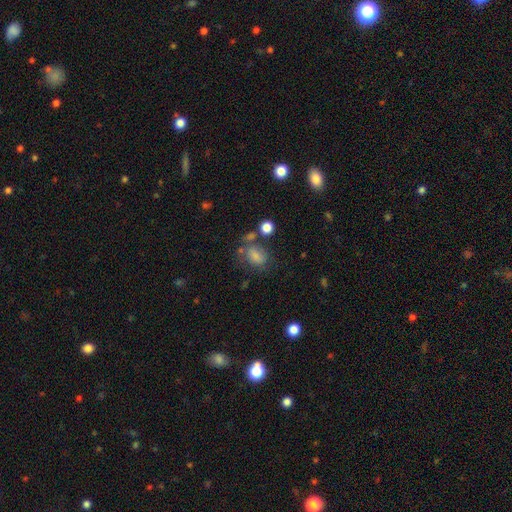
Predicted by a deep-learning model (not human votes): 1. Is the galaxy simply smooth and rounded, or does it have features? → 73% smooth, 15% featured or disk, 12% star or artifact.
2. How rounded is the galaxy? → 67% in between, 32% round, 1% cigar-shaped.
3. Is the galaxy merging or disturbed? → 49% none, 22% minor disturbance, 14% major disturbance, 14% merger.